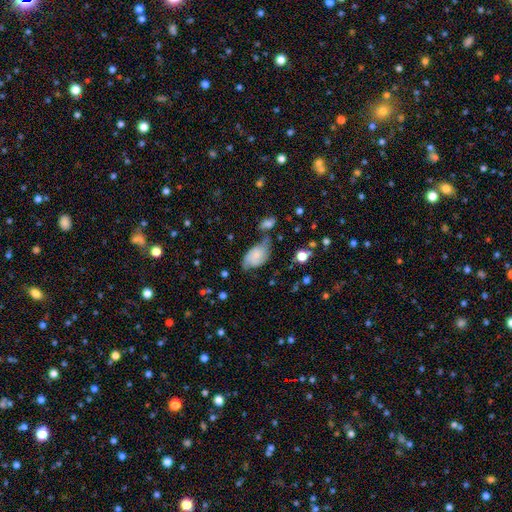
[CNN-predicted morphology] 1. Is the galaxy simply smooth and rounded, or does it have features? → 52% smooth, 40% featured or disk, 9% star or artifact.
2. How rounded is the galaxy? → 90% in between, 8% round, 2% cigar-shaped.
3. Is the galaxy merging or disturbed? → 38% none, 30% minor disturbance, 17% merger, 14% major disturbance.